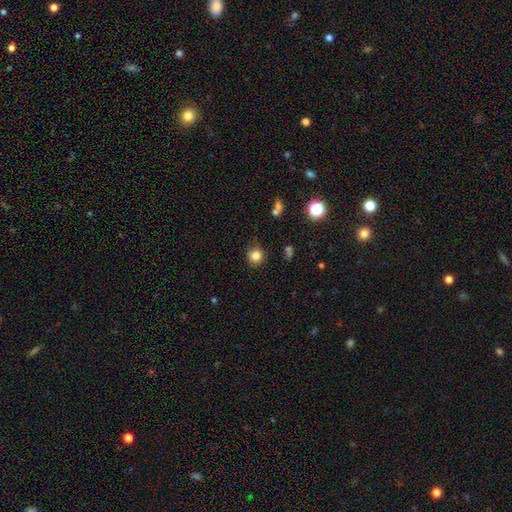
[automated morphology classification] A smooth galaxy with no disk features (82%) that is round (85%). Merging: none (81%).